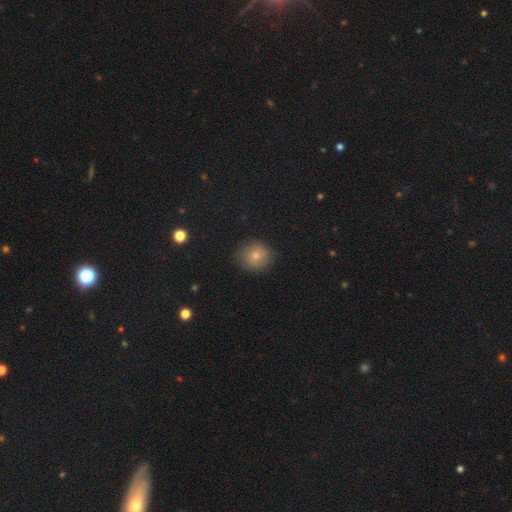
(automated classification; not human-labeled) A smooth galaxy with no disk features (75%) that is round (85%).

Vote fractions:
- Smooth or featured? smooth: 75% / featured or disk: 13% / star or artifact: 12%
- How rounded? round: 85% / in between: 14% / cigar-shaped: 1%
- Merging? none: 83% / minor disturbance: 13% / major disturbance: 4% / merger: 1%